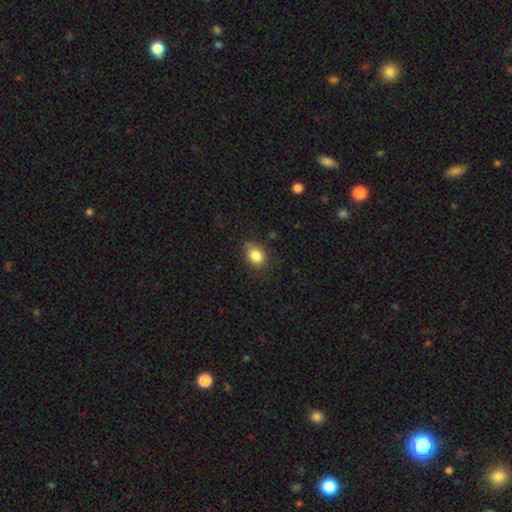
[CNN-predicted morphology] Q: Smooth or featured?
A: smooth (84%); runner-up: star or artifact (10%)
Q: How rounded?
A: round (53%); runner-up: in between (46%)
Q: Merging?
A: none (73%); runner-up: minor disturbance (20%)